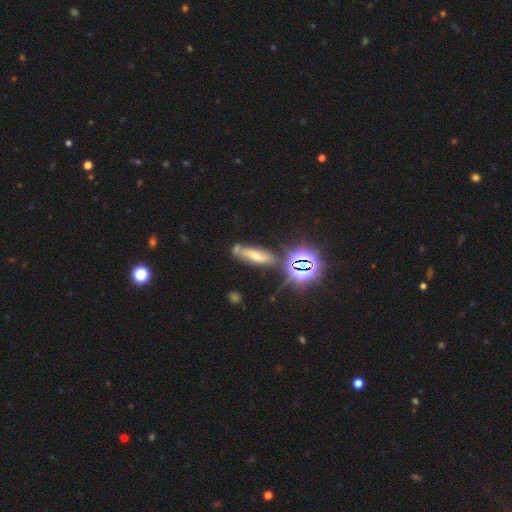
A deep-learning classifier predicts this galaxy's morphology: Smooth or featured? Predicted: smooth (p=0.50). How rounded? Predicted: in between (p=0.49). Merging? Predicted: none (p=0.60).